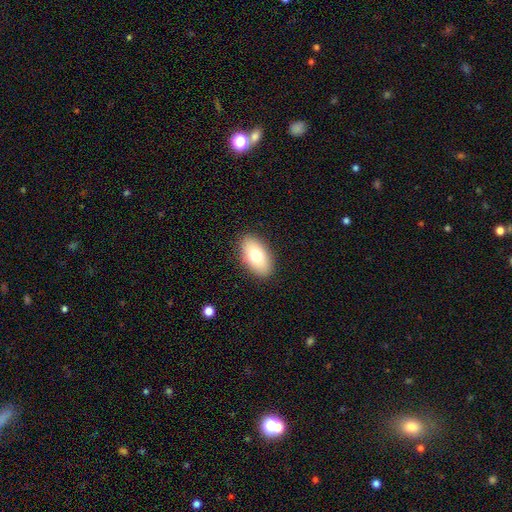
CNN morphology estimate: The model was most divided on "smooth or featured": smooth: 76%, featured or disk: 17%, star or artifact: 7%. More confident: how rounded — in between (93%); merging — none (89%).